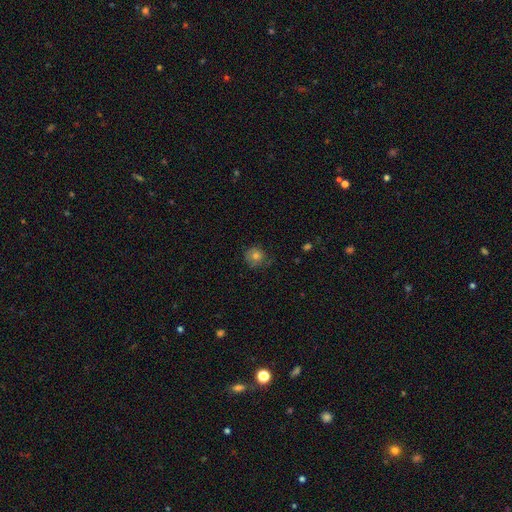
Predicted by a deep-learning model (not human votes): A smooth galaxy with no disk features (69%) that is round (87%). Merging: none (71%).